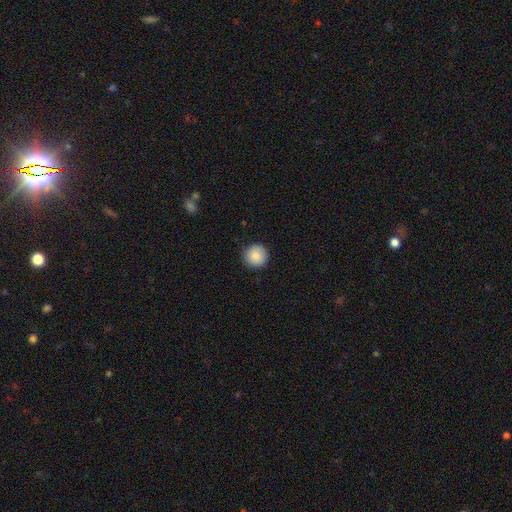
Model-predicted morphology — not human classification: A smooth galaxy with no disk features (88%) that is round (96%).

Vote fractions:
- Smooth or featured? smooth: 88% / star or artifact: 8% / featured or disk: 4%
- How rounded? round: 96% / in between: 3% / cigar-shaped: 1%
- Merging? none: 90% / minor disturbance: 7% / major disturbance: 2% / merger: 1%